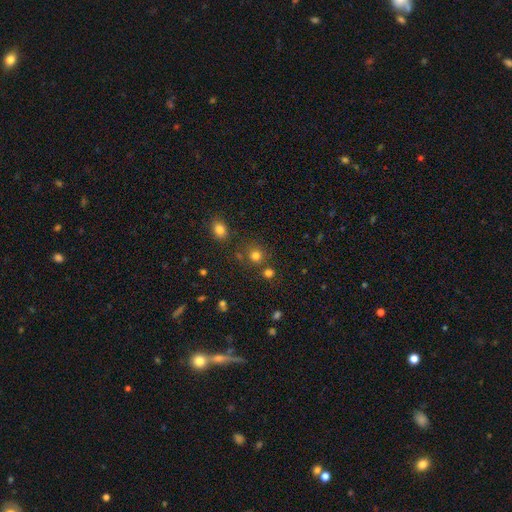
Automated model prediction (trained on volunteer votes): Q: Smooth or featured?
A: smooth (77%); runner-up: star or artifact (17%)
Q: How rounded?
A: round (88%); runner-up: in between (11%)
Q: Merging?
A: none (76%); runner-up: merger (12%)